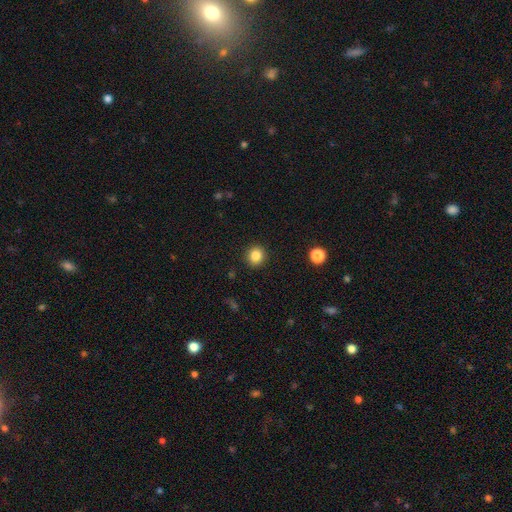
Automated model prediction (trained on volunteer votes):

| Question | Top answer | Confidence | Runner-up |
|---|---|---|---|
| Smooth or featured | smooth | 84% | star or artifact (11%) |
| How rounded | round | 88% | in between (11%) |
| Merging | none | 92% | minor disturbance (5%) |